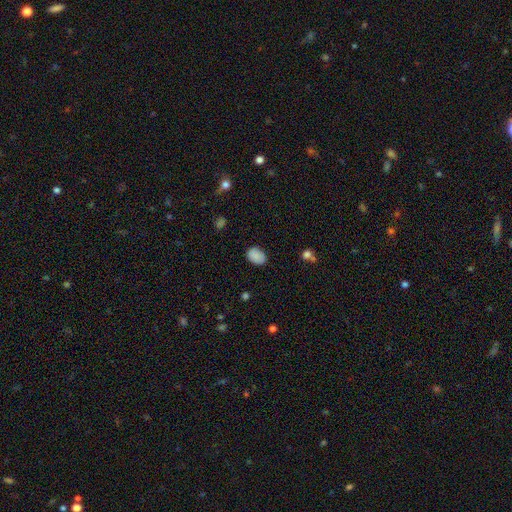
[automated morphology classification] The model was most divided on "how rounded": in between: 78%, round: 21%, cigar-shaped: 1%. More confident: smooth or featured — smooth (87%); merging — none (79%).